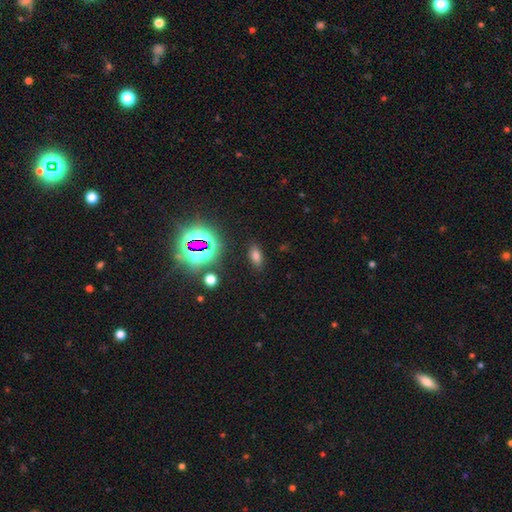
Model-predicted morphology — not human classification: type=smooth (67%); roundness=in between (87%); merging=none (82%).